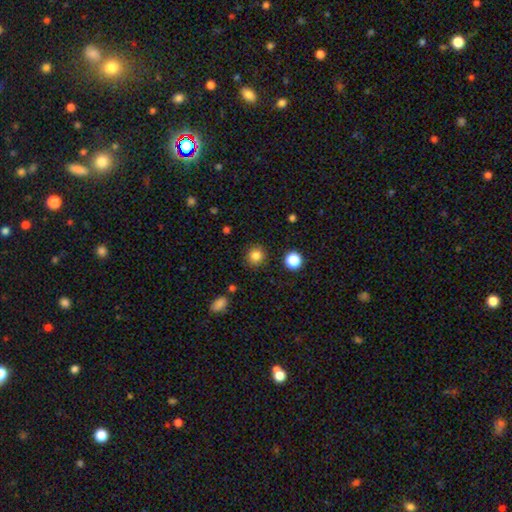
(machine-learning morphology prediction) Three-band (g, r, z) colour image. It shows a smooth galaxy with no disk features (83%) that is round (90%). Merging: none (90%).